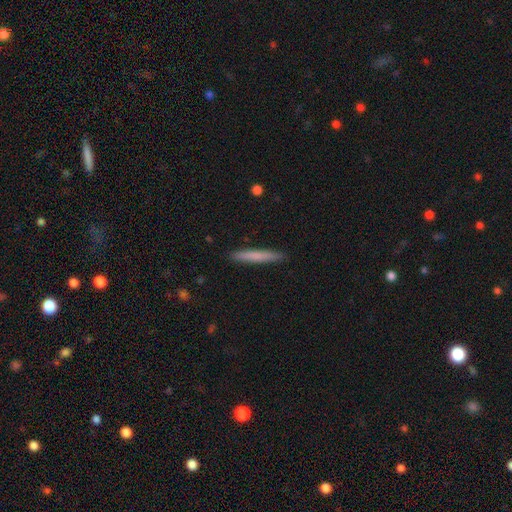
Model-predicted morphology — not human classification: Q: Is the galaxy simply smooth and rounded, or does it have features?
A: smooth — 74%.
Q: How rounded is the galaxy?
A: cigar-shaped — 96%.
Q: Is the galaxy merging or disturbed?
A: none — 91%.